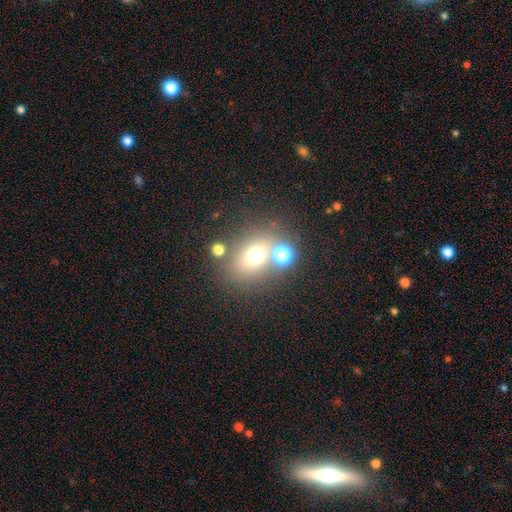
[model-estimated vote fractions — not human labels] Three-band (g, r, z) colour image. It shows a smooth galaxy with no disk features (63%) that is round (58%). Merging: none (64%).